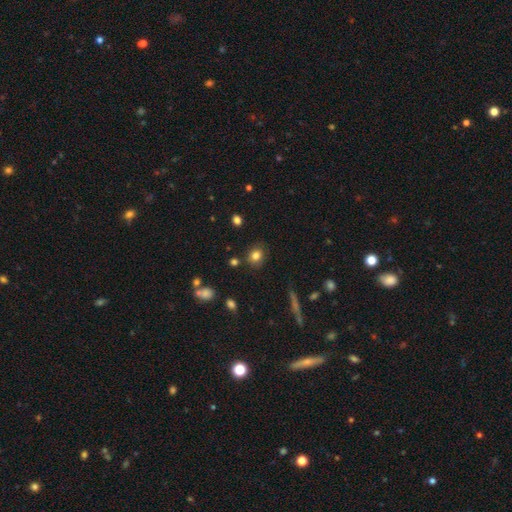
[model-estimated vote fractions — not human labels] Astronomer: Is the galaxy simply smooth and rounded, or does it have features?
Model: smooth — 81%.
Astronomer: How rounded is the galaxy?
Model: round — 72%.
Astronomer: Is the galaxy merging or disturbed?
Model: none — 83%.